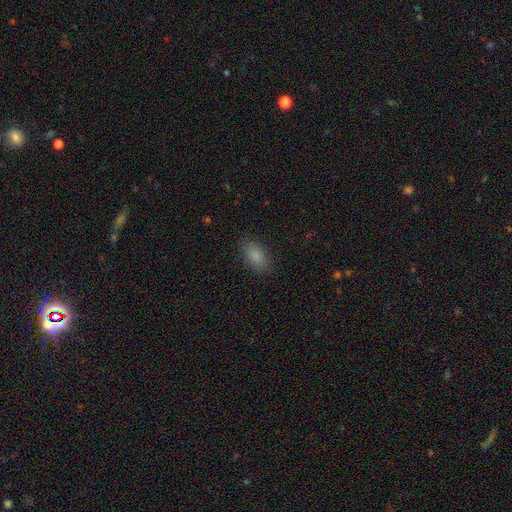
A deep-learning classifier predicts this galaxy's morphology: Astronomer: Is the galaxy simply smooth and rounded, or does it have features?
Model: smooth — 85%.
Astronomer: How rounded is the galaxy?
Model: in between — 91%.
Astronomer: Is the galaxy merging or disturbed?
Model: none — 86%.